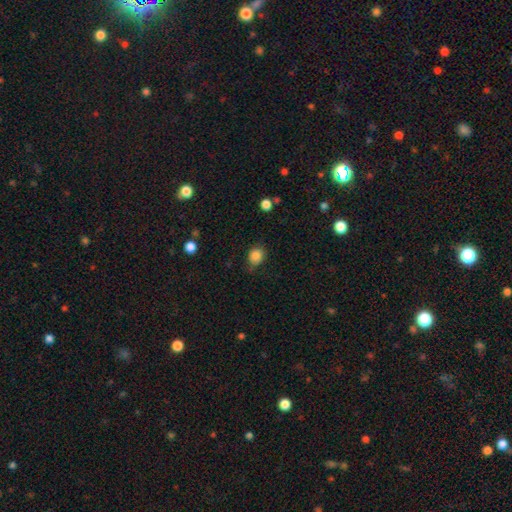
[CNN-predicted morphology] A smooth galaxy with no disk features (85%) that is round (56%). Merging: none (68%).